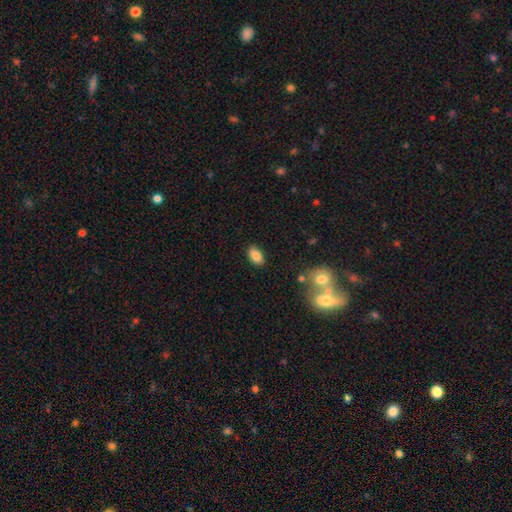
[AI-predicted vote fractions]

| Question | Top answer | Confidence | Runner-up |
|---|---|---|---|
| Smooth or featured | smooth | 83% | star or artifact (9%) |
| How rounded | in between | 90% | round (8%) |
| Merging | none | 85% | minor disturbance (10%) |